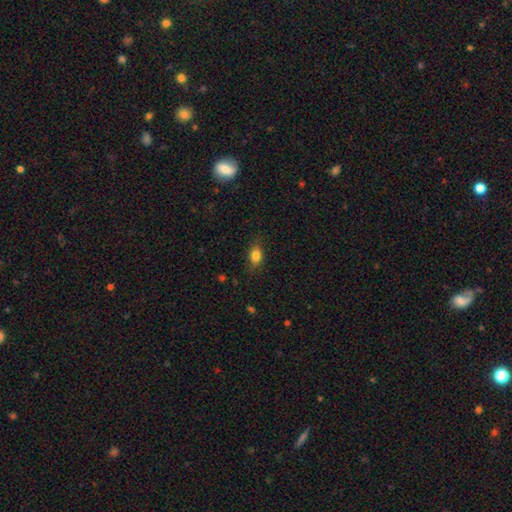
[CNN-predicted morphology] A smooth galaxy with no disk features (83%) that is in between round and cigar-shaped (78%). Merging: none (80%).